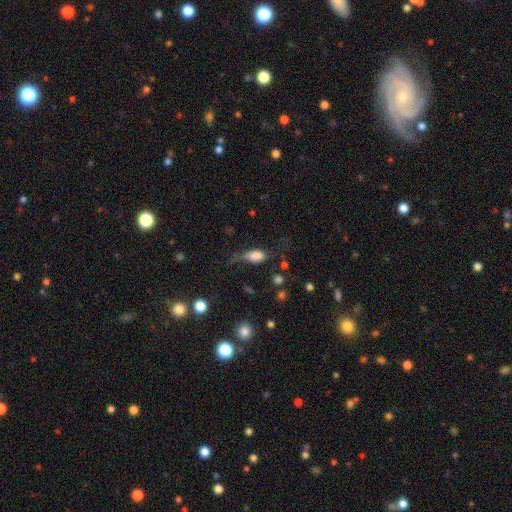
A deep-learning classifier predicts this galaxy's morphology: This appears to be a smooth galaxy with no disk features (70%) that is in between round and cigar-shaped (83%). Merging: major disturbance (36%).